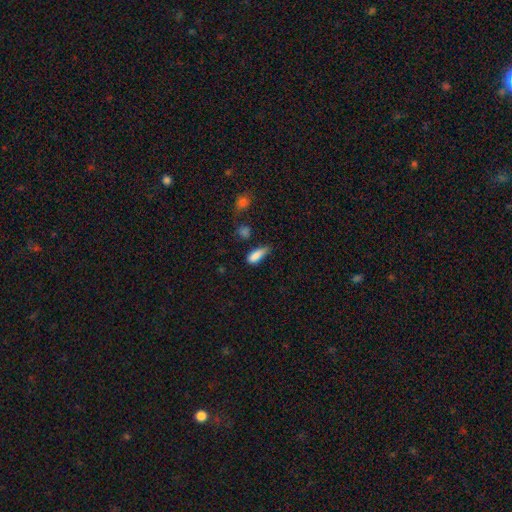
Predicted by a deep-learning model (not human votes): Q: Smooth or featured?
A: smooth (84%); runner-up: star or artifact (9%)
Q: How rounded?
A: in between (67%); runner-up: cigar-shaped (30%)
Q: Merging?
A: none (42%); runner-up: minor disturbance (40%)